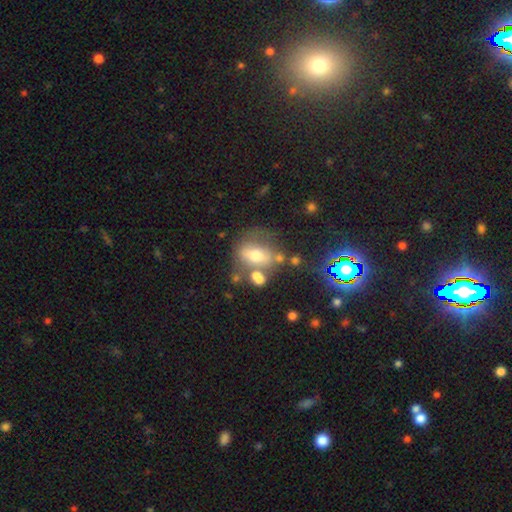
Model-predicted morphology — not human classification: This is possibly a smooth galaxy (52%). How rounded: likely in between (63%). Merging: marginally none (44%).